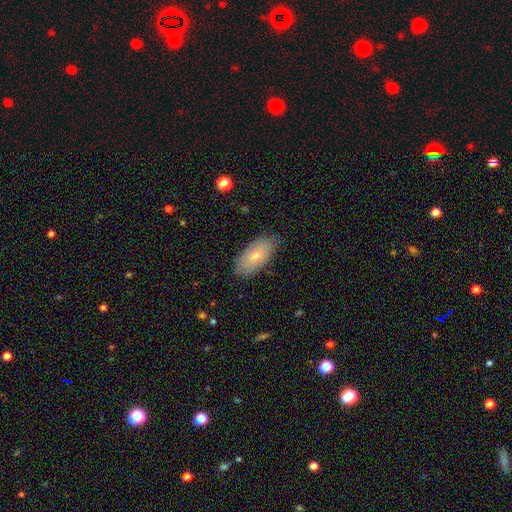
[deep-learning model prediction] This is likely a smooth galaxy (70%). How rounded: clearly in between (91%). Merging: clearly none (81%).